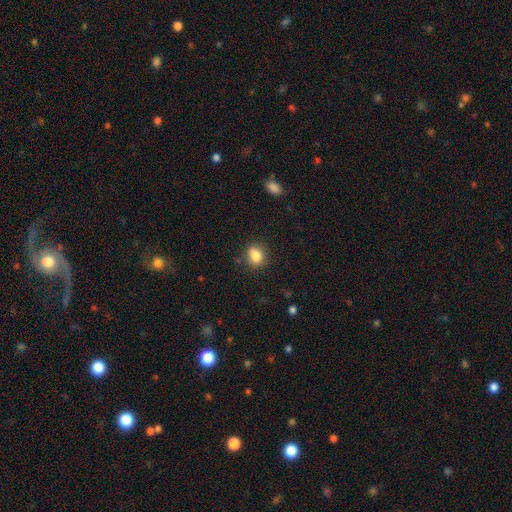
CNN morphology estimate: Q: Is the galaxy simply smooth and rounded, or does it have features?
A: smooth — 83%.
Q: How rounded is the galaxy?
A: round — 55%.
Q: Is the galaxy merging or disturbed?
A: none — 80%.